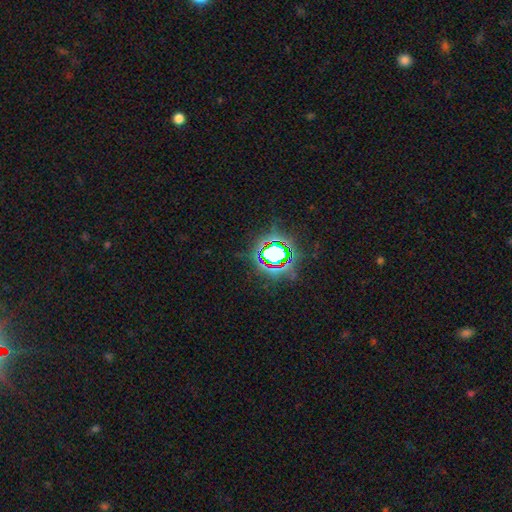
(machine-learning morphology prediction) A star or artifact, not a galaxy (81%).